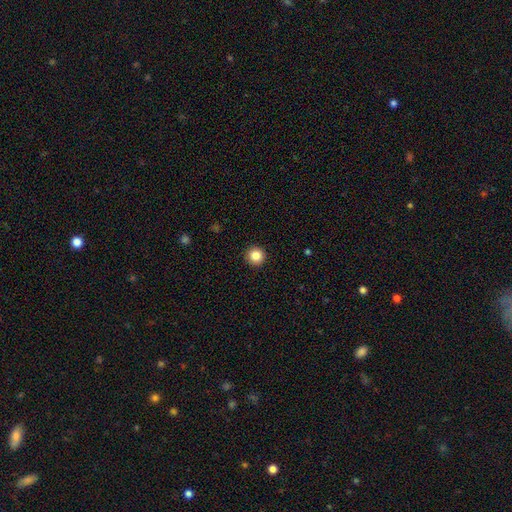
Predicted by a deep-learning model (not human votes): Smooth or featured? Predicted: smooth (p=0.86). How rounded? Predicted: round (p=0.96). Merging? Predicted: none (p=0.93).